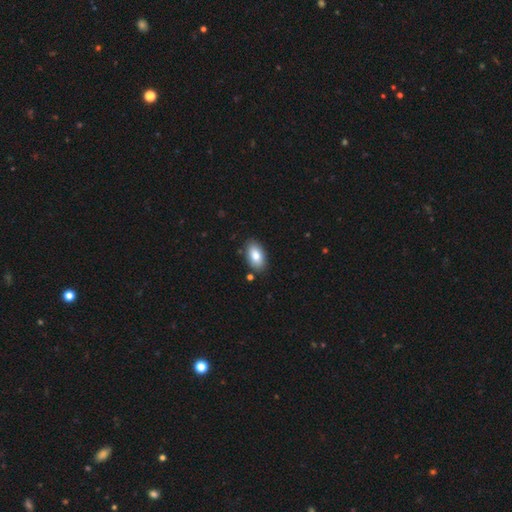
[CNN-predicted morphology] type=smooth (84%); roundness=in between (94%); merging=none (86%).